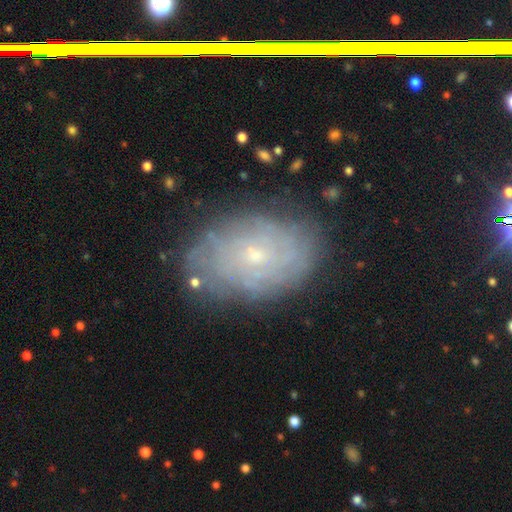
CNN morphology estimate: Smooth or featured?
  - featured or disk: 57% *
  - smooth: 30%
  - star or artifact: 13%
Edge-on disk?
  - no: 95% *
  - yes: 5%
Bar?
  - no: 81% *
  - weak: 16%
  - strong: 3%
Spiral arms?
  - yes: 74% *
  - no: 26%
Bulge size?
  - small: 73% *
  - moderate: 22%
  - none: 2%
  - large: 1%
  - dominant: 1%
Merging?
  - none: 79% *
  - minor disturbance: 15%
  - major disturbance: 5%
  - merger: 2%